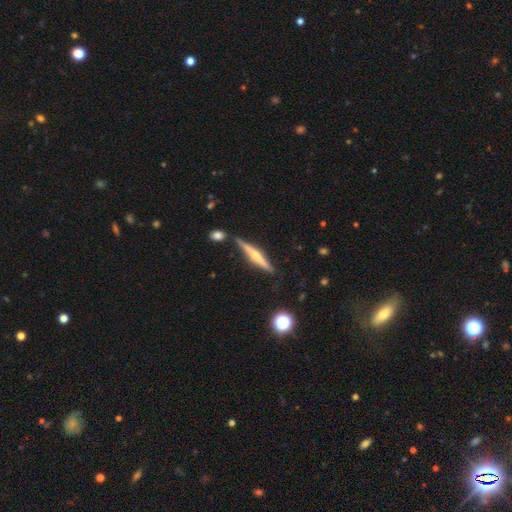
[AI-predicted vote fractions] Smooth or featured?
  - featured or disk: 65% *
  - smooth: 28%
  - star or artifact: 7%
Edge-on disk?
  - yes: 97% *
  - no: 3%
Edge-on bulge?
  - rounded: 74% *
  - none: 16%
  - boxy: 10%
Merging?
  - none: 80% *
  - minor disturbance: 11%
  - merger: 6%
  - major disturbance: 3%